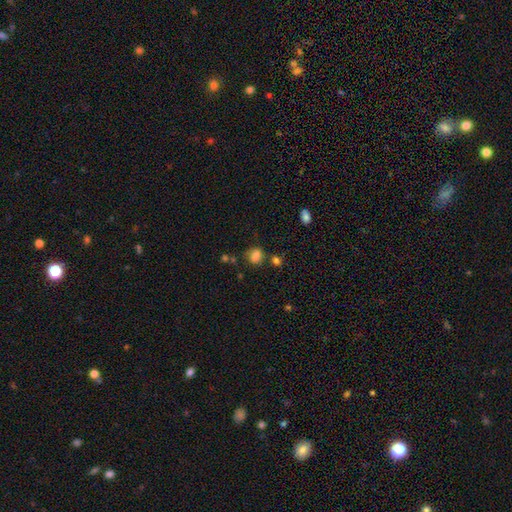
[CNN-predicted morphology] A smooth galaxy with no disk features (79%) that is round (59%).

Vote fractions:
- Smooth or featured? smooth: 79% / star or artifact: 13% / featured or disk: 8%
- How rounded? round: 59% / in between: 40% / cigar-shaped: 1%
- Merging? none: 61% / minor disturbance: 21% / merger: 10% / major disturbance: 8%